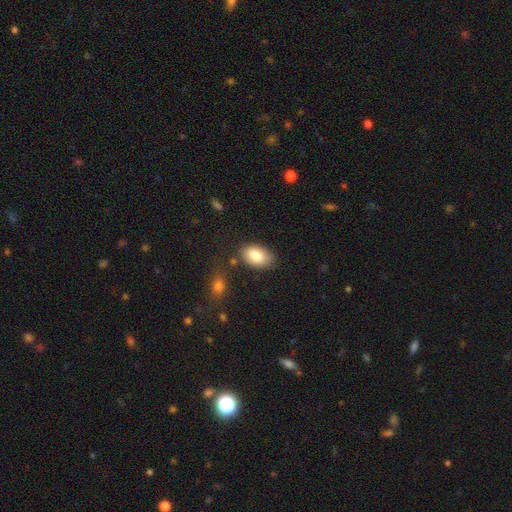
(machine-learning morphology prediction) A smooth galaxy with no disk features (84%) that is in between round and cigar-shaped (91%). Merging: none (74%).